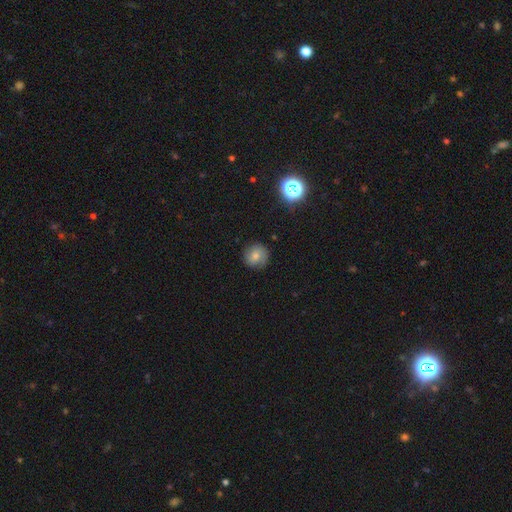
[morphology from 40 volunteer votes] Q: Smooth or featured?
A: smooth (70%); runner-up: featured or disk (30%)
Q: How rounded?
A: round (86%); runner-up: in between (14%)
Q: Merging?
A: none (82%); runner-up: minor disturbance (15%)